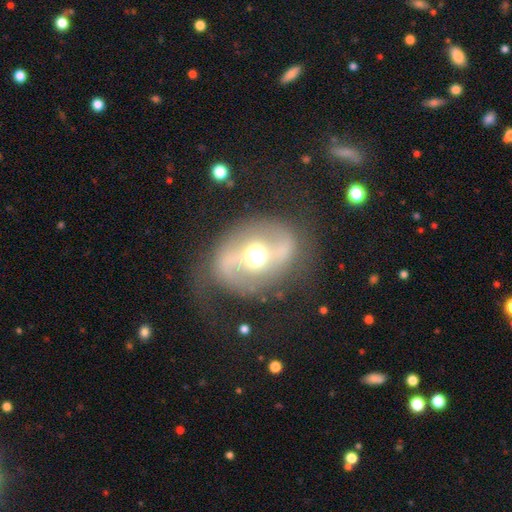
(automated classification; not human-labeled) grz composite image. It shows a featured or disk galaxy (73%) with a weak bar (36%), 2 (90%) loose (48%) spiral arms (74%) and a moderate central bulge (56%). Merging: none (72%).